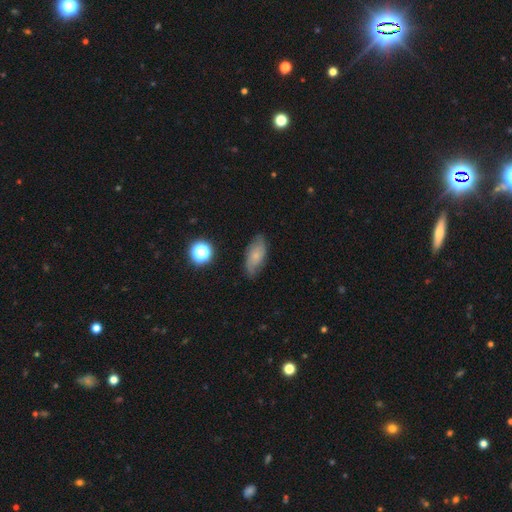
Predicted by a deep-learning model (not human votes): smooth 51%, featured or disk 39%, star or artifact 10%. Down the decision tree: how rounded — in between (86%); merging — none (73%).